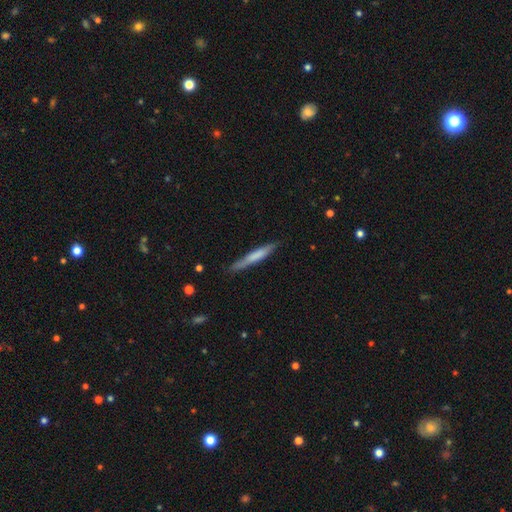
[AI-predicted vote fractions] Smooth or featured?
  - smooth: 64% *
  - featured or disk: 31%
  - star or artifact: 5%
How rounded?
  - cigar-shaped: 95% *
  - in between: 4%
  - round: 1%
Merging?
  - none: 84% *
  - minor disturbance: 13%
  - major disturbance: 2%
  - merger: 1%